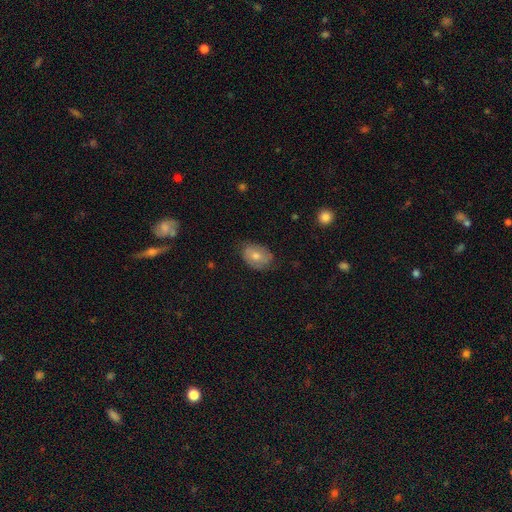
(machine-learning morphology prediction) A smooth galaxy with no disk features (49%). Merging: none (72%).